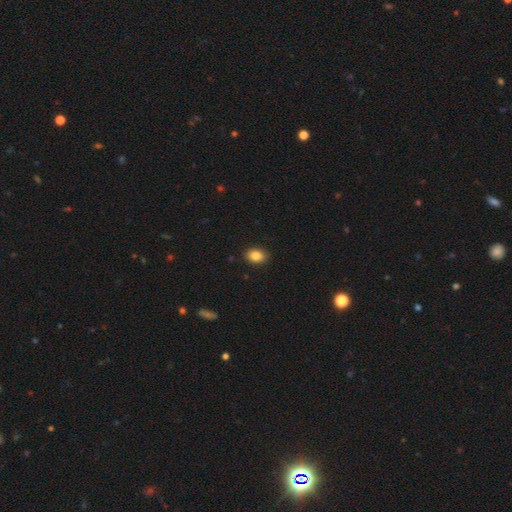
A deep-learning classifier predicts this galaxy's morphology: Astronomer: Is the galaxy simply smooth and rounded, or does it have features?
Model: smooth — 85%.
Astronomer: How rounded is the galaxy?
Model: in between — 77%.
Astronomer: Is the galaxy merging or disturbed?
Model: none — 89%.